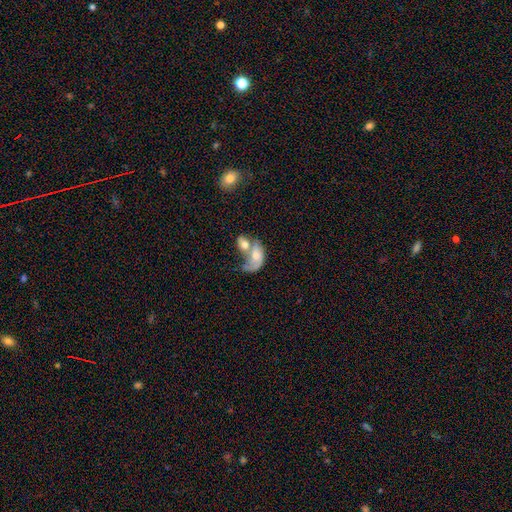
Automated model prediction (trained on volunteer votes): The model was most divided on "smooth or featured": smooth: 50%, featured or disk: 43%, star or artifact: 7%. More confident: how rounded — in between (86%); merging — merger (70%).